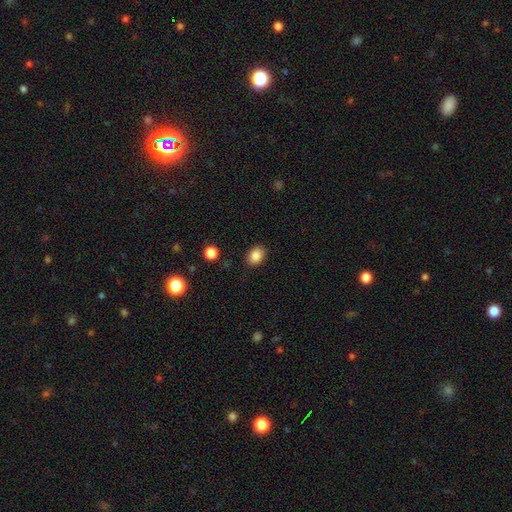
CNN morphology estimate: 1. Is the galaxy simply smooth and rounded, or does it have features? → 86% smooth, 9% star or artifact, 5% featured or disk.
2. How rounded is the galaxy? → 63% in between, 36% round, 1% cigar-shaped.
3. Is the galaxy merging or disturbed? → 87% none, 9% minor disturbance, 3% major disturbance, 1% merger.